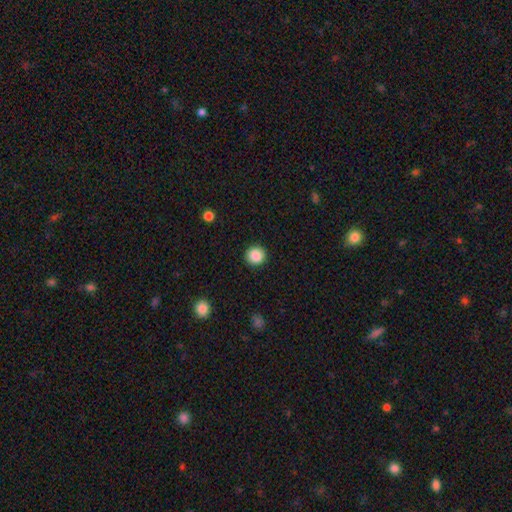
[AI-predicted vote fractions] A smooth galaxy with no disk features (87%) that is round (94%). Merging: none (92%).